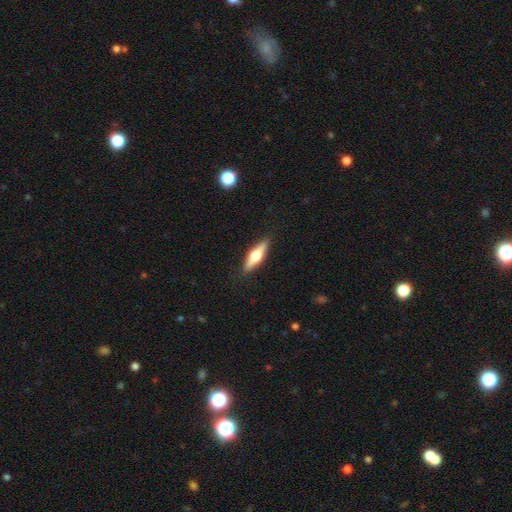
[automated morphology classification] This is possibly a featured or disk galaxy (51%). It is clearly viewed edge-on (94%). Merging: clearly none (89%).